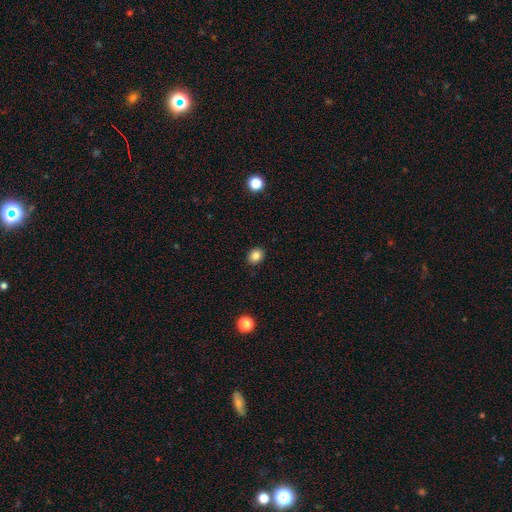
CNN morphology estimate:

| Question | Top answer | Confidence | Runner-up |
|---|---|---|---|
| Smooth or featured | smooth | 84% | star or artifact (11%) |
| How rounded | round | 53% | in between (47%) |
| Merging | none | 89% | minor disturbance (8%) |